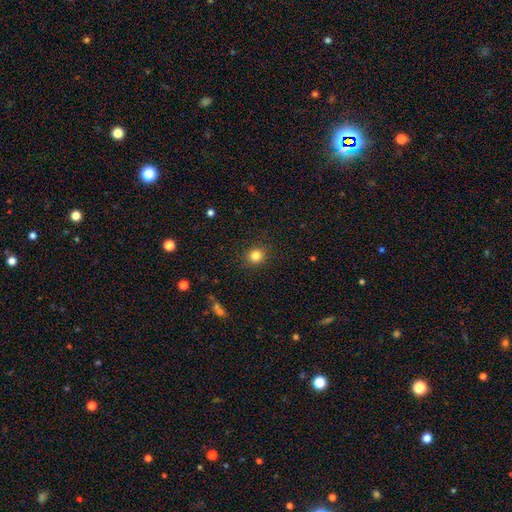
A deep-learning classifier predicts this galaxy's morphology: Q: Smooth or featured?
A: smooth (83%); runner-up: star or artifact (12%)
Q: How rounded?
A: round (88%); runner-up: in between (11%)
Q: Merging?
A: none (90%); runner-up: minor disturbance (7%)